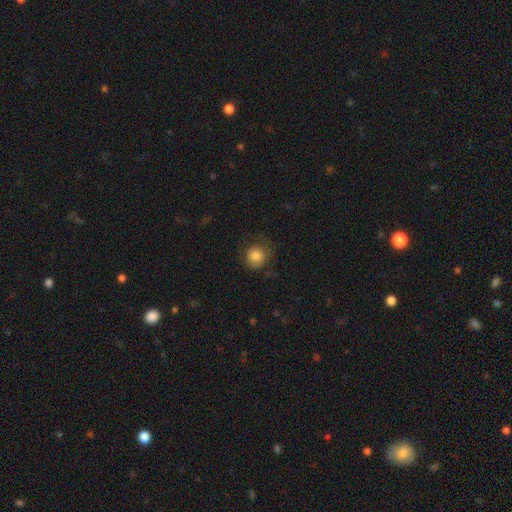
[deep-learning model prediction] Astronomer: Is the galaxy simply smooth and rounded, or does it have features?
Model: smooth — 83%.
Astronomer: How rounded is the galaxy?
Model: round — 87%.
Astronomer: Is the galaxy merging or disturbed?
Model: none — 62%.